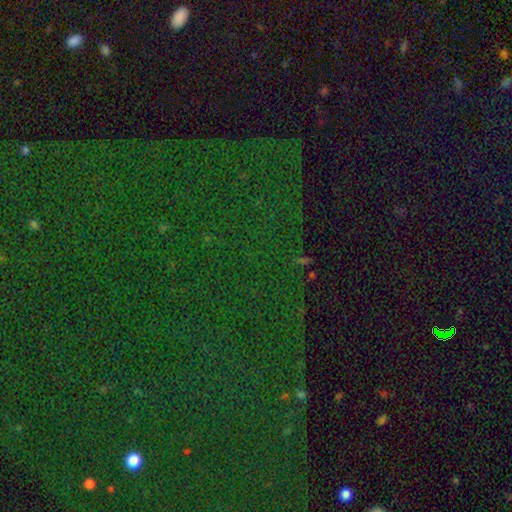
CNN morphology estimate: smooth_or_featured: star or artifact (p=0.83) [alt: smooth p=0.09]